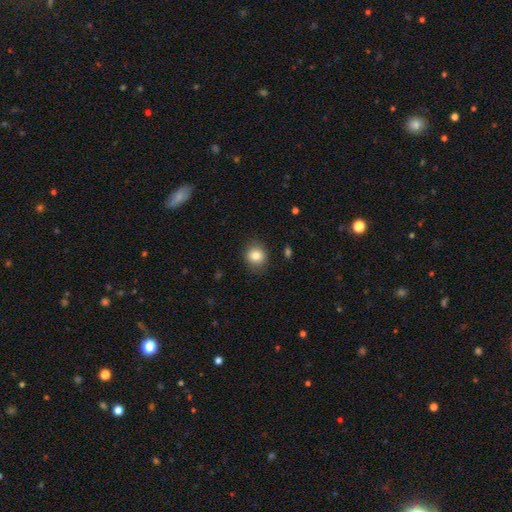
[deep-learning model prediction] Smooth or featured?
  - smooth: 82% *
  - star or artifact: 10%
  - featured or disk: 8%
How rounded?
  - round: 82% *
  - in between: 17%
  - cigar-shaped: 1%
Merging?
  - none: 84% *
  - minor disturbance: 12%
  - major disturbance: 3%
  - merger: 1%